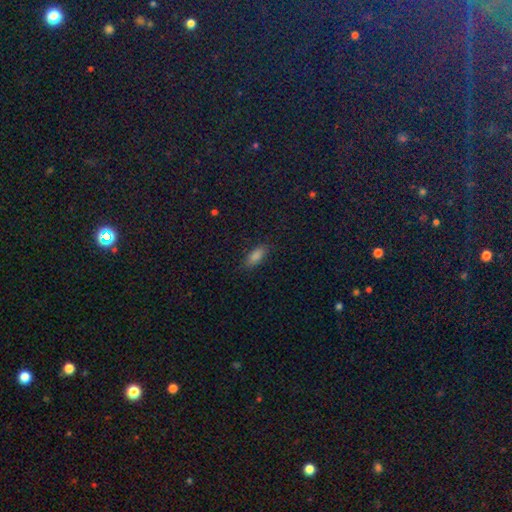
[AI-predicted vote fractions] This is likely a smooth galaxy (79%). How rounded: likely in between (76%). Merging: clearly none (85%).